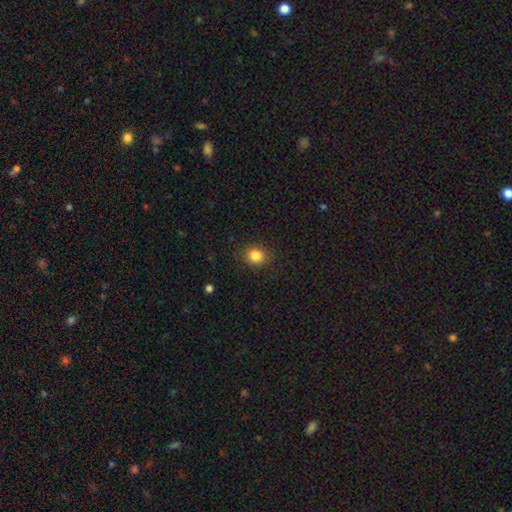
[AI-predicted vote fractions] Smooth or featured?
  - smooth: 84% *
  - star or artifact: 11%
  - featured or disk: 5%
How rounded?
  - round: 70% *
  - in between: 29%
  - cigar-shaped: 1%
Merging?
  - none: 87% *
  - minor disturbance: 9%
  - major disturbance: 3%
  - merger: 1%